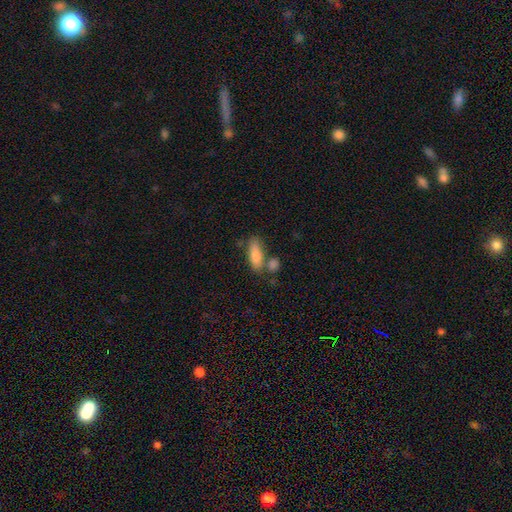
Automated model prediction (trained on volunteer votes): This is clearly a smooth galaxy (82%). How rounded: likely in between (66%). Merging: possibly none (53%).